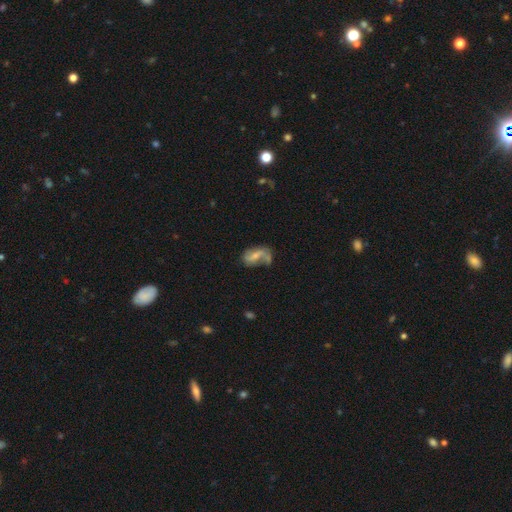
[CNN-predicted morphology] type=featured or disk (68%); edge-on=no (96%); bar=weak (45%); spiral arms=yes (84%); winding=loose (65%); arm count=2 (68%); bulge=small (50%); merging=none (39%).